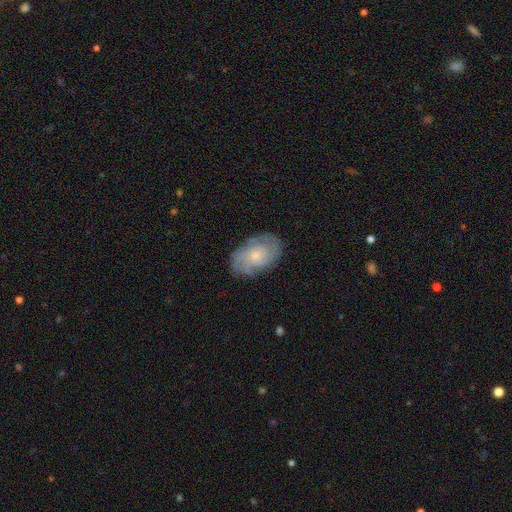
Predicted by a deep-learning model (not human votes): Smooth or featured?
  - featured or disk: 74% *
  - smooth: 20%
  - star or artifact: 7%
Edge-on disk?
  - no: 97% *
  - yes: 3%
Bar?
  - no: 77% *
  - weak: 21%
  - strong: 2%
Spiral arms?
  - yes: 93% *
  - no: 7%
Spiral winding?
  - tight: 59% *
  - medium: 32%
  - loose: 9%
Spiral arm count?
  - can't tell: 37% *
  - 3: 19%
  - 2: 18%
  - 4: 14%
  - more than 4: 6%
  - 1: 6%
Bulge size?
  - small: 61% *
  - moderate: 32%
  - none: 4%
  - large: 2%
  - dominant: 1%
Merging?
  - none: 78% *
  - minor disturbance: 16%
  - major disturbance: 5%
  - merger: 1%